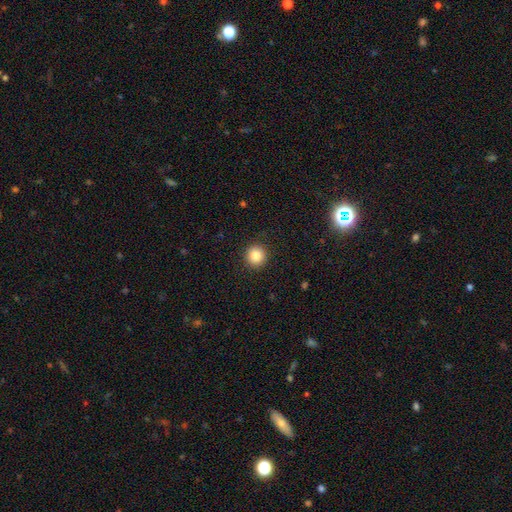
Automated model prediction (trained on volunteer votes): Smooth or featured? smooth (84%)
How rounded? round (93%)
Merging? none (92%)